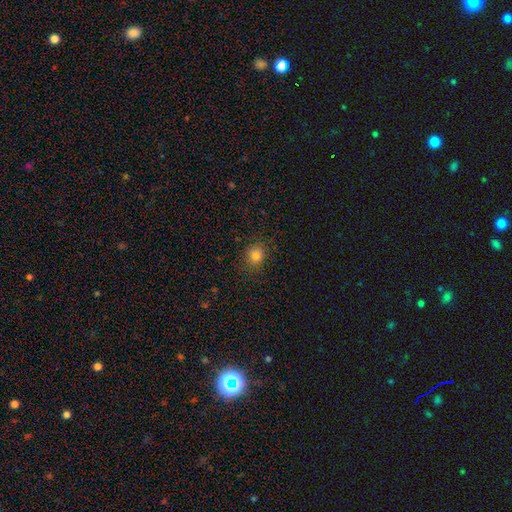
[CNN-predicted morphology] smooth_or_featured: smooth (p=0.80) [alt: star or artifact p=0.14]
how_rounded: round (p=0.69) [alt: in between p=0.30]
merging: none (p=0.85) [alt: minor disturbance p=0.11]